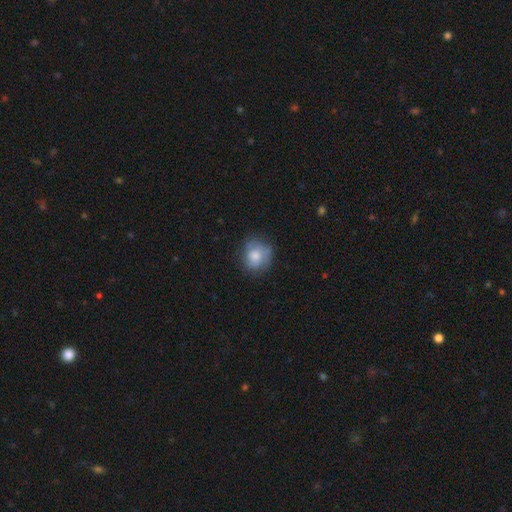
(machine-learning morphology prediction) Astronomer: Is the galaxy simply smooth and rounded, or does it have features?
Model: smooth — 75%.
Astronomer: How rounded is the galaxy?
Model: round — 79%.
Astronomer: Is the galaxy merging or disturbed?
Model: none — 66%.